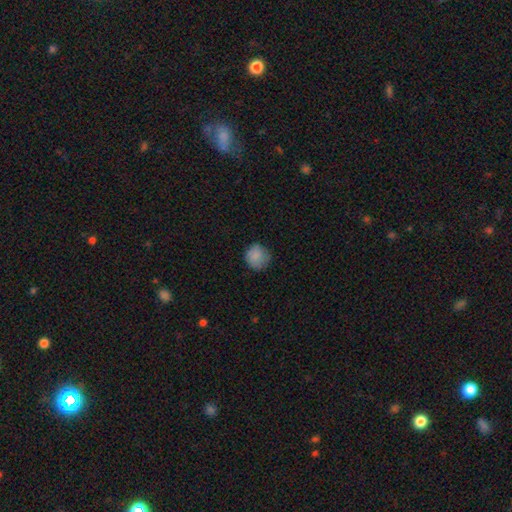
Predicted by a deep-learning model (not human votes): A smooth galaxy with no disk features (85%) that is round (90%).

Vote fractions:
- Smooth or featured? smooth: 85% / featured or disk: 8% / star or artifact: 8%
- How rounded? round: 90% / in between: 9% / cigar-shaped: 1%
- Merging? none: 77% / minor disturbance: 18% / major disturbance: 4% / merger: 1%